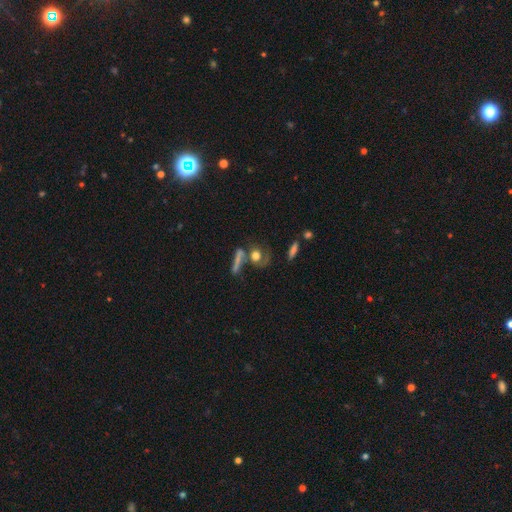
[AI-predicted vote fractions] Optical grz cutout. It shows a smooth galaxy with no disk features (48%). Merging: none (45%).